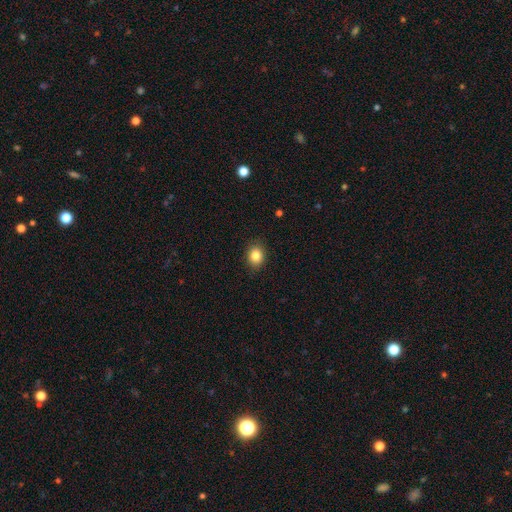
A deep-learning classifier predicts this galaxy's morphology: smooth_or_featured: smooth (p=0.84) [alt: star or artifact p=0.10]
how_rounded: round (p=0.54) [alt: in between p=0.45]
merging: none (p=0.88) [alt: minor disturbance p=0.09]